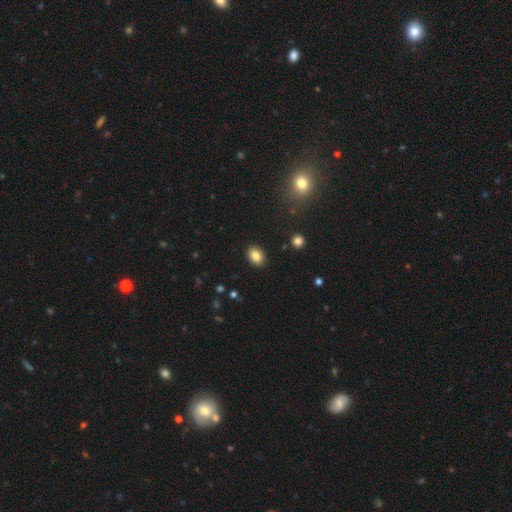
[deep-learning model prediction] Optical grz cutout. It shows a smooth galaxy with no disk features (84%) that is in between round and cigar-shaped (69%). Merging: none (90%).